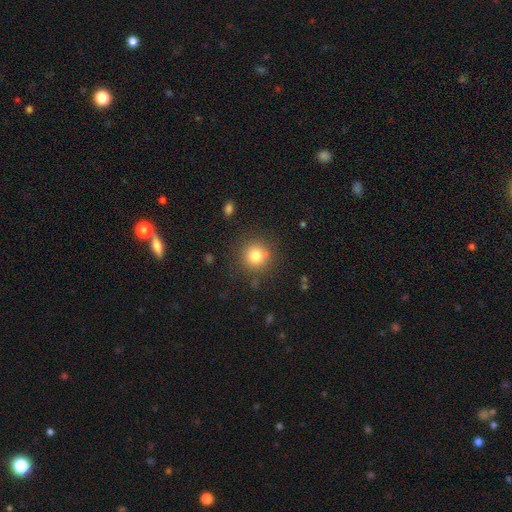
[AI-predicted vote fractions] smooth-or-featured: smooth: 80% | star or artifact: 12% | featured or disk: 8%
  how-rounded: round: 93% | in between: 6% | cigar-shaped: 1%
  merging: none: 86% | minor disturbance: 9% | major disturbance: 3% | merger: 2%